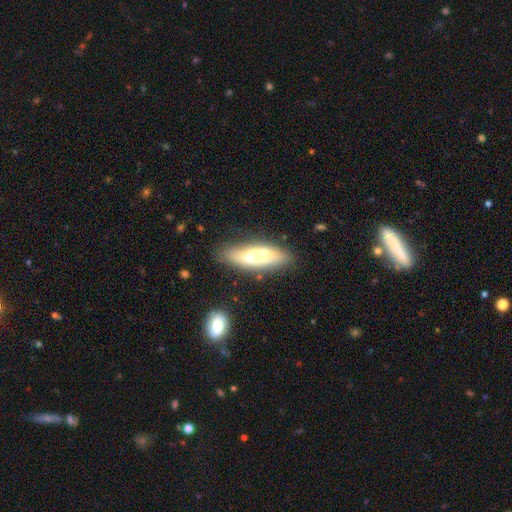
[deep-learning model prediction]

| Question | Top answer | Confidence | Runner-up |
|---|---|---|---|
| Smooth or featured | smooth | 62% | featured or disk (28%) |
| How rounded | cigar-shaped | 66% | in between (32%) |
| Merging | none | 75% | minor disturbance (16%) |